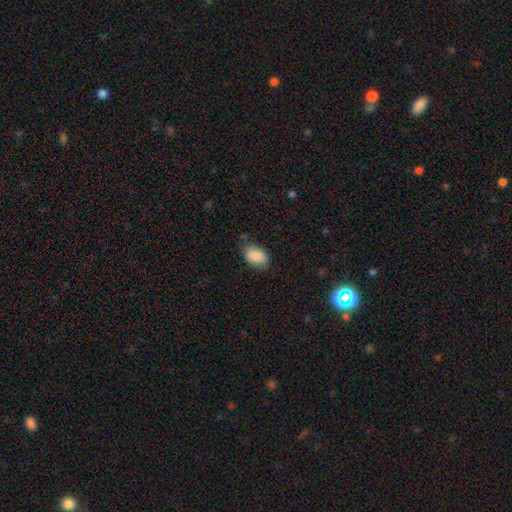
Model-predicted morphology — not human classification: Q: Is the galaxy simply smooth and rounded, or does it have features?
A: smooth — 88%.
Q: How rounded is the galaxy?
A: in between — 89%.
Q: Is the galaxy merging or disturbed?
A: none — 75%.